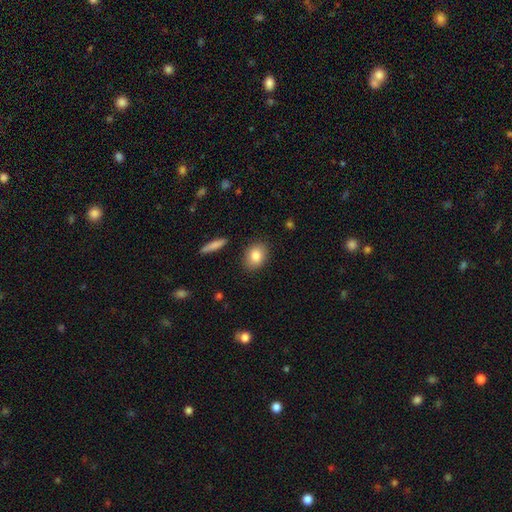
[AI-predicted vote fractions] Morphology: type=smooth (84%); roundness=in between (67%); merging=none (86%).